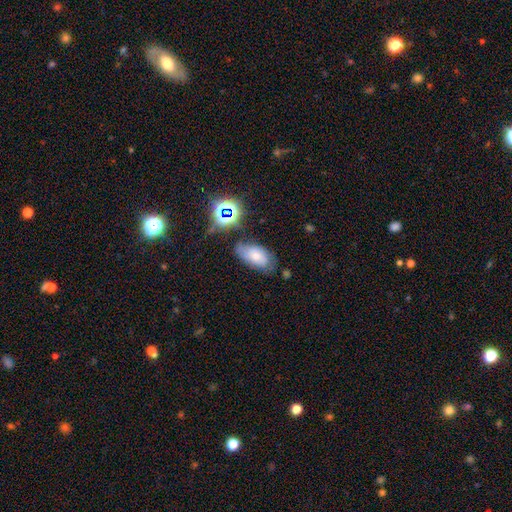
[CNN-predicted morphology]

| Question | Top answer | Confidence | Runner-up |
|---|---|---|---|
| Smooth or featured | smooth | 59% | featured or disk (25%) |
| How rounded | in between | 92% | round (5%) |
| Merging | none | 59% | minor disturbance (27%) |